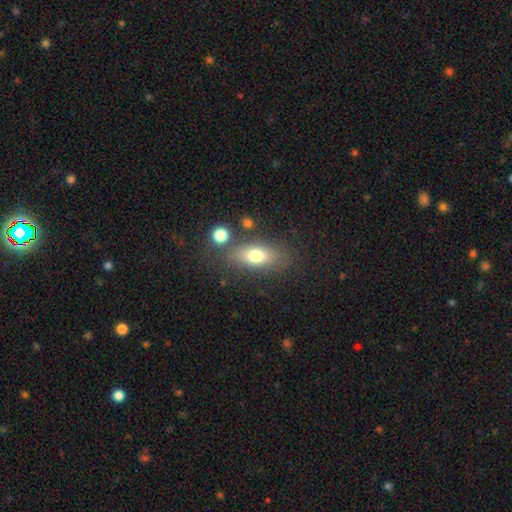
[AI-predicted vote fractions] Q: Smooth or featured?
A: smooth (66%); runner-up: featured or disk (22%)
Q: How rounded?
A: in between (77%); runner-up: cigar-shaped (16%)
Q: Merging?
A: none (74%); runner-up: minor disturbance (12%)